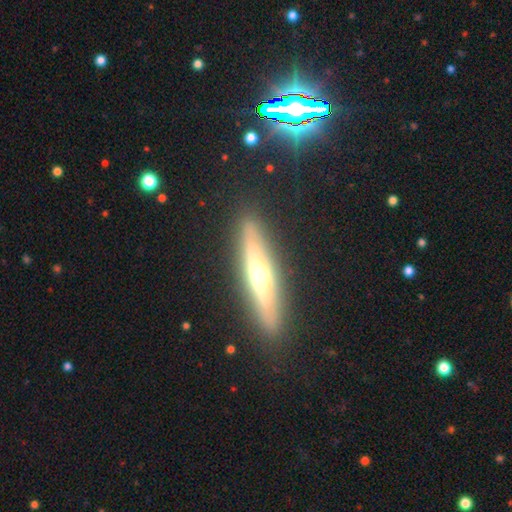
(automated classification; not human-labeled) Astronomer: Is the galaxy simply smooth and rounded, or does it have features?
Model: featured or disk — 71%.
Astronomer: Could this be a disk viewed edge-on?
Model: yes — 88%.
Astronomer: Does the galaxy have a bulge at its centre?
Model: rounded — 89%.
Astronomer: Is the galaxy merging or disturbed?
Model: none — 88%.